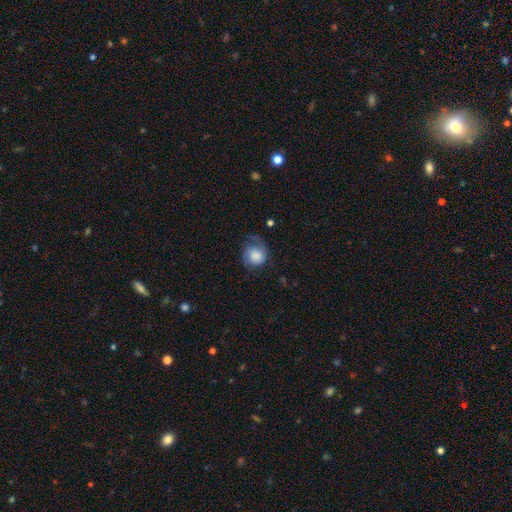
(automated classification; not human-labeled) smooth 54%, featured or disk 37%, star or artifact 8%. Down the decision tree: how rounded — round (77%); merging — none (47%).